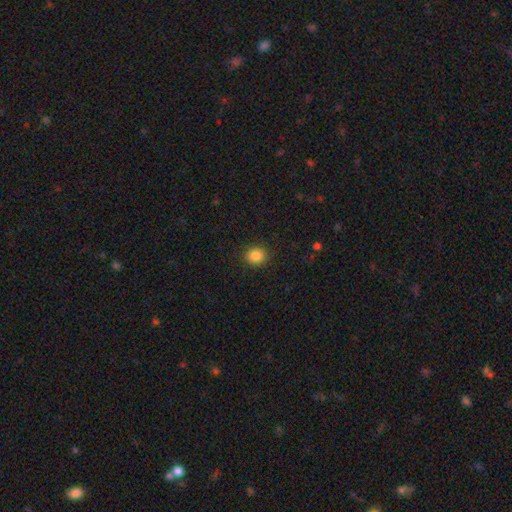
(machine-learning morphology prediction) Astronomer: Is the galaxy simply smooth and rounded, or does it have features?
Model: smooth — 85%.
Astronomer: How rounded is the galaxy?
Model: round — 75%.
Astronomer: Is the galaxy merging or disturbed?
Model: none — 90%.